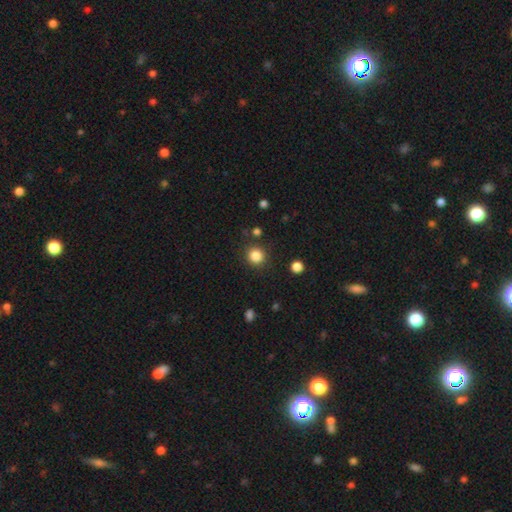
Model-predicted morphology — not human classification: Smooth or featured? smooth (85%)
How rounded? round (93%)
Merging? none (87%)